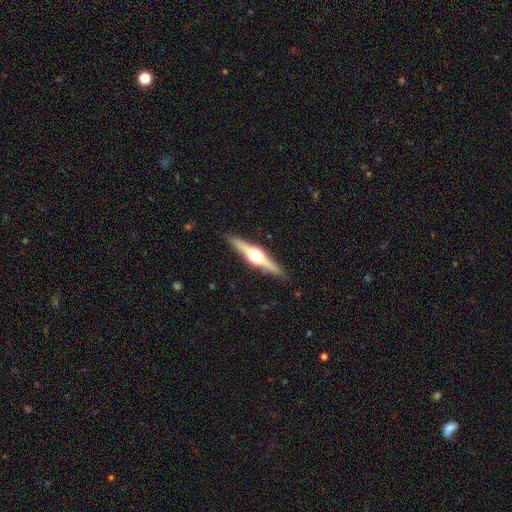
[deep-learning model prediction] Smooth or featured? Predicted: featured or disk (p=0.79). Edge-on disk? Predicted: yes (p=0.98). Edge-on bulge? Predicted: rounded (p=0.95). Merging? Predicted: none (p=0.90).